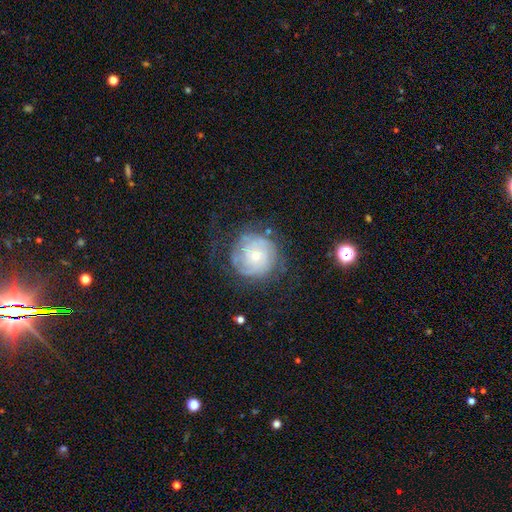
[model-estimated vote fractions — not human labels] A featured or disk galaxy (68%) with no bar (80%), tight (69%) spiral arms (80%) and a small central bulge (60%).

Vote fractions:
- Smooth or featured? featured or disk: 68% / smooth: 24% / star or artifact: 7%
- Edge-on disk? no: 98% / yes: 2%
- Bar? no: 80% / weak: 17% / strong: 3%
- Spiral arms? yes: 80% / no: 20%
- Spiral winding? tight: 69% / medium: 22% / loose: 10%
- Spiral arm count? can't tell: 51% / 2: 23% / 3: 10% / 4: 6% / 1: 5% / more than 4: 4%
- Bulge size? small: 60% / moderate: 34% / large: 3% / none: 2% / dominant: 1%
- Merging? none: 64% / minor disturbance: 19% / major disturbance: 16% / merger: 2%